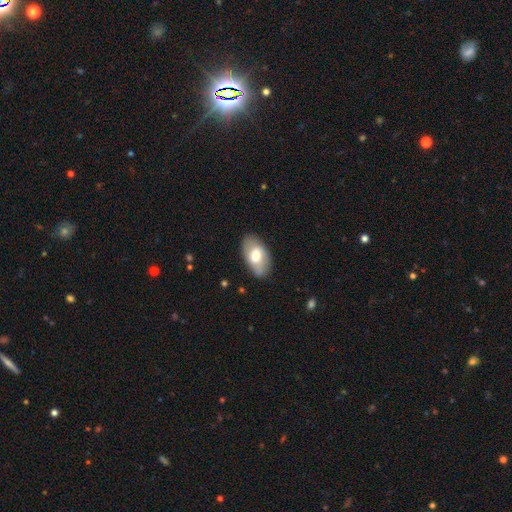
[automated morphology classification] smooth_or_featured: smooth (p=0.64) [alt: featured or disk p=0.30]
how_rounded: in between (p=0.94) [alt: round p=0.04]
merging: none (p=0.82) [alt: minor disturbance p=0.13]